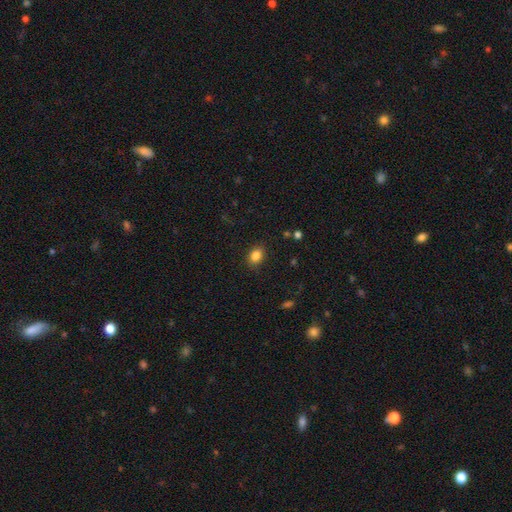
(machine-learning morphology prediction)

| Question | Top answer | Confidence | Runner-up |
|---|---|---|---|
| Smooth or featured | smooth | 85% | star or artifact (10%) |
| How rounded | in between | 71% | round (28%) |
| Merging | none | 86% | minor disturbance (10%) |